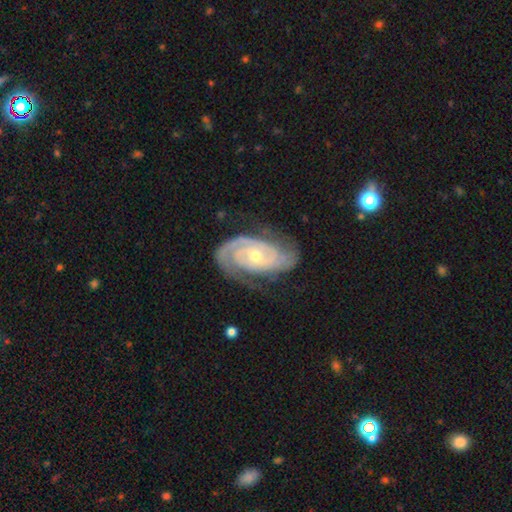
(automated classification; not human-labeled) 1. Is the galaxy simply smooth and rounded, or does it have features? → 92% featured or disk, 5% smooth, 4% star or artifact.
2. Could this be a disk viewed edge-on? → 97% no, 3% yes.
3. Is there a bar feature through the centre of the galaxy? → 57% no, 32% weak, 11% strong.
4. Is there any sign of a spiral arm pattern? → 98% yes, 2% no.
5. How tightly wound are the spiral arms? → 73% tight, 23% medium, 4% loose.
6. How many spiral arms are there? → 69% 2, 12% 3, 10% can't tell, 4% 1, 3% 4, 3% more than 4.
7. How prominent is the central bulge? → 53% moderate, 44% small, 2% large, 1% none, 1% dominant.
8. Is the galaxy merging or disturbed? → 72% none, 20% minor disturbance, 7% major disturbance, 1% merger.